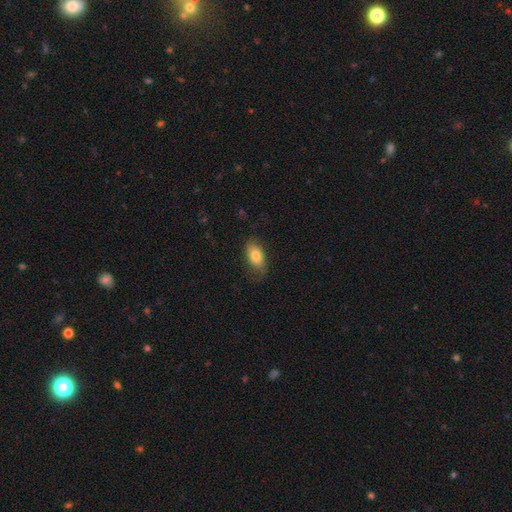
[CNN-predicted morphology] A smooth galaxy with no disk features (80%) that is in between round and cigar-shaped (89%). Merging: none (73%).